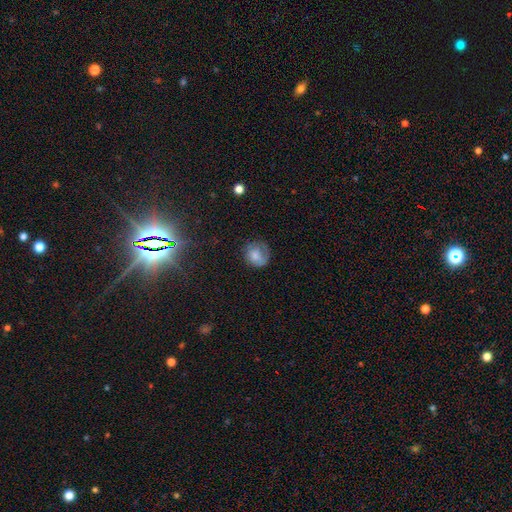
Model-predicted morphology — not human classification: smooth-or-featured: smooth: 65% | featured or disk: 26% | star or artifact: 9%
  how-rounded: round: 82% | in between: 17% | cigar-shaped: 1%
  merging: none: 61% | minor disturbance: 24% | major disturbance: 14% | merger: 2%